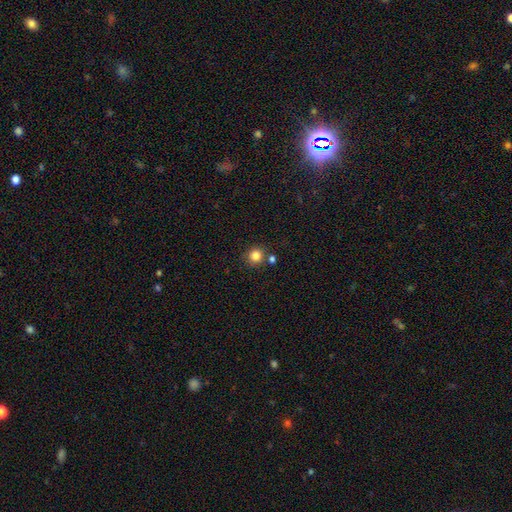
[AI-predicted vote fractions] smooth-or-featured: smooth: 83% | star or artifact: 12% | featured or disk: 5%
  how-rounded: round: 91% | in between: 8% | cigar-shaped: 1%
  merging: none: 79% | merger: 10% | minor disturbance: 9% | major disturbance: 3%